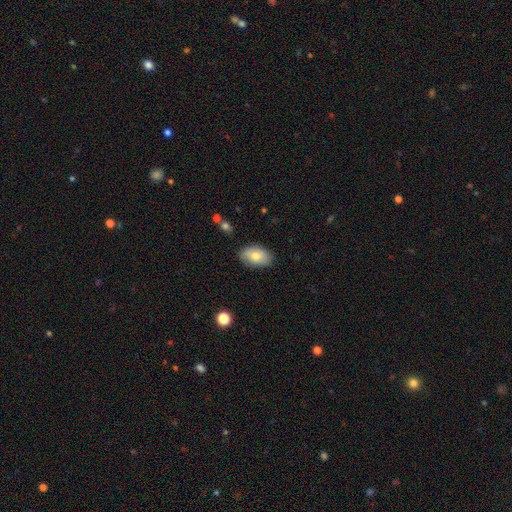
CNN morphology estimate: A smooth galaxy with no disk features (74%) that is in between round and cigar-shaped (90%). Merging: none (81%).